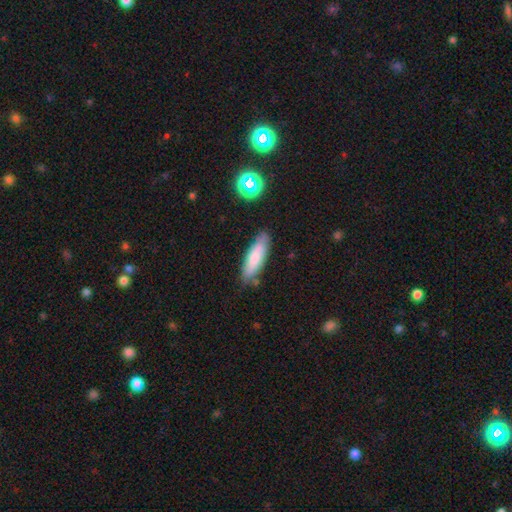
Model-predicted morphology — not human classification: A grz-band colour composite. It shows a smooth galaxy with no disk features (77%) that is cigar-shaped (54%). Merging: none (78%).